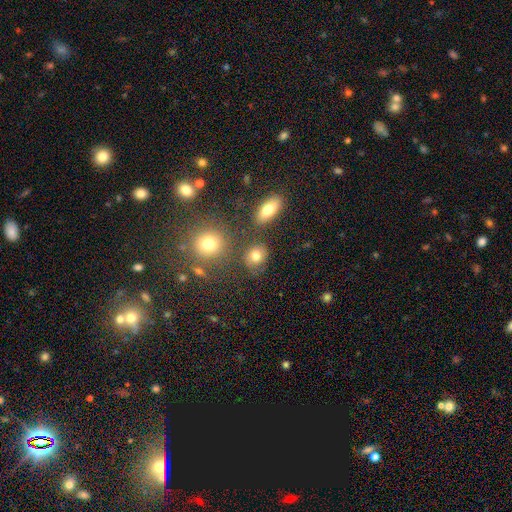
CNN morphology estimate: A smooth galaxy with no disk features (76%) that is round (64%).

Vote fractions:
- Smooth or featured? smooth: 76% / star or artifact: 14% / featured or disk: 11%
- How rounded? round: 64% / in between: 35% / cigar-shaped: 1%
- Merging? none: 72% / minor disturbance: 14% / merger: 8% / major disturbance: 6%